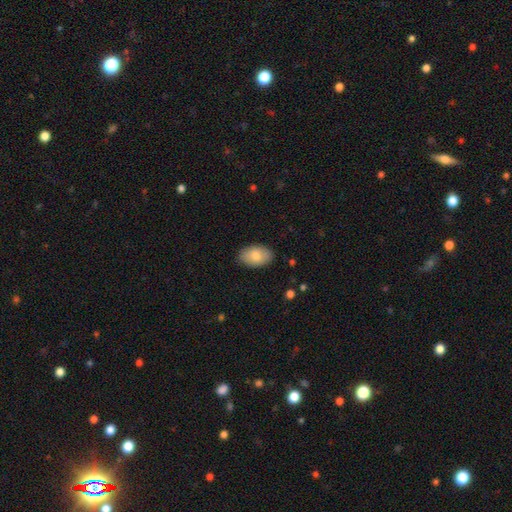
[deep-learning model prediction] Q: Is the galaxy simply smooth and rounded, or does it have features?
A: smooth — 80%.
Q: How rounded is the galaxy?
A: in between — 92%.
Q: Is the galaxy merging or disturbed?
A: none — 87%.